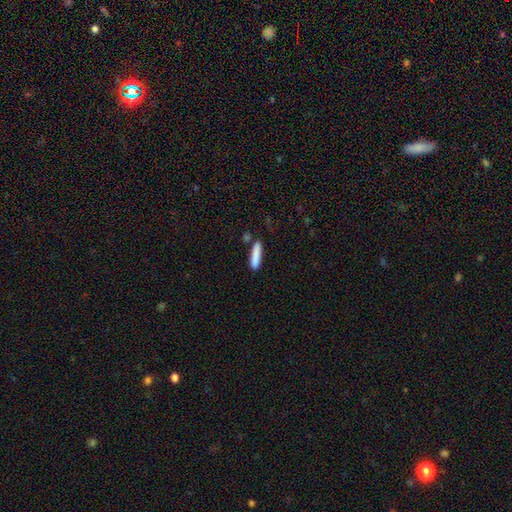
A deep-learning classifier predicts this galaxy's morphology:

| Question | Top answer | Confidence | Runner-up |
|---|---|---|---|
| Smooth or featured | smooth | 85% | featured or disk (9%) |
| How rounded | cigar-shaped | 85% | in between (13%) |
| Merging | none | 82% | minor disturbance (10%) |